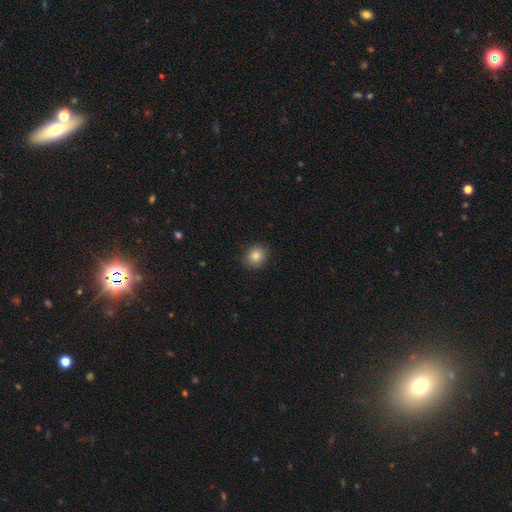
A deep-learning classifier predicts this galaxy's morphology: The model was most divided on "how rounded": round: 74%, in between: 25%, cigar-shaped: 1%. More confident: merging — none (89%); smooth or featured — smooth (83%).